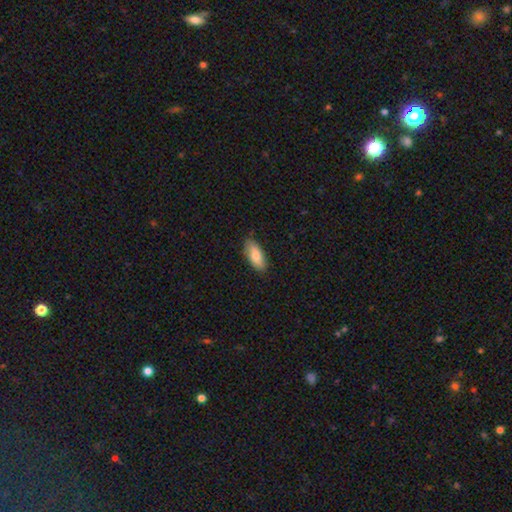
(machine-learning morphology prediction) type=smooth (79%); roundness=in between (84%); merging=none (83%).